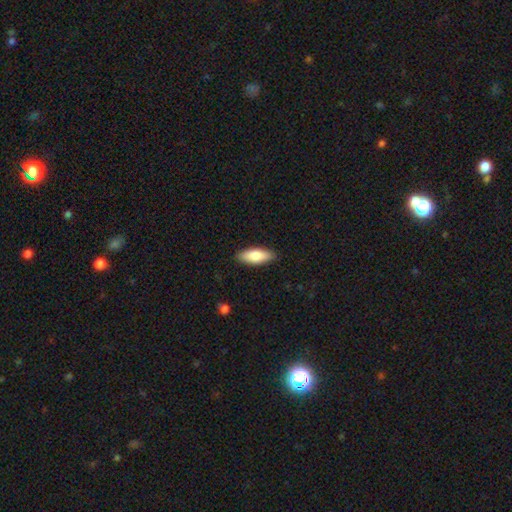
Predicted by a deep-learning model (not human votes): Smooth or featured? Predicted: smooth (p=0.82). How rounded? Predicted: in between (p=0.72). Merging? Predicted: none (p=0.88).